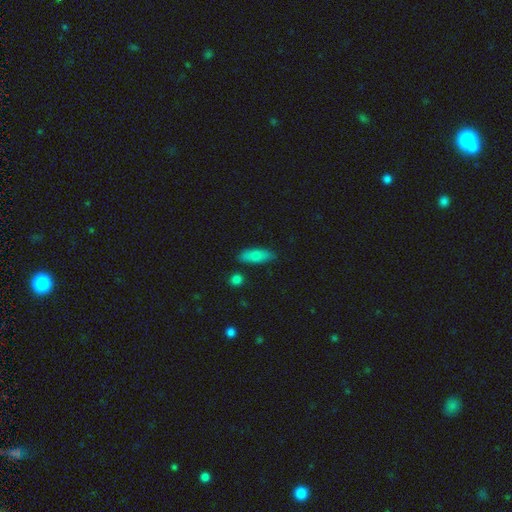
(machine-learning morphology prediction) Smooth or featured? Predicted: smooth (p=0.75). How rounded? Predicted: in between (p=0.73). Merging? Predicted: none (p=0.82).